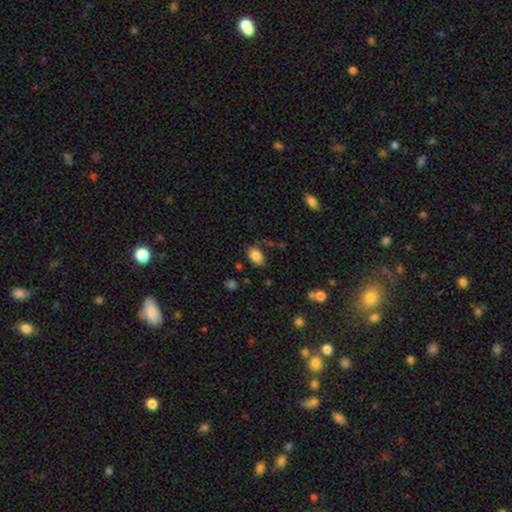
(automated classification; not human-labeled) The model was most divided on "merging": none: 76%, minor disturbance: 17%, major disturbance: 4%, merger: 3%. More confident: how rounded — in between (85%); smooth or featured — smooth (85%).